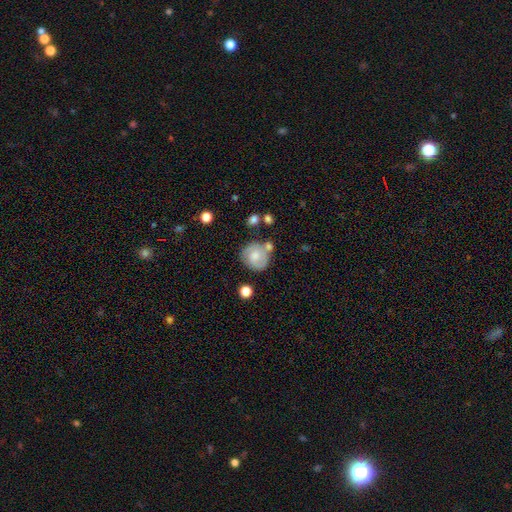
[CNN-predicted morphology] smooth 61%, featured or disk 31%, star or artifact 8%. Down the decision tree: how rounded — round (83%); merging — none (59%).